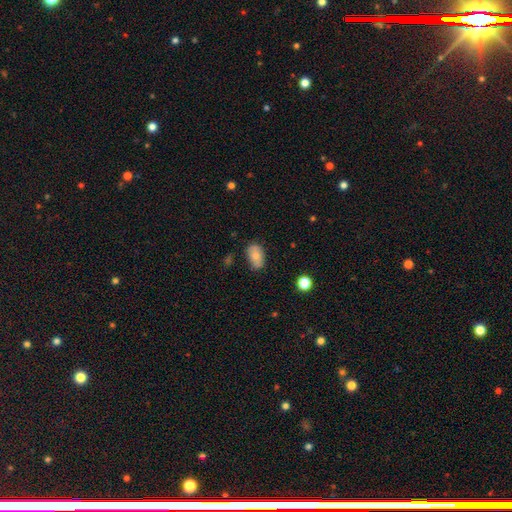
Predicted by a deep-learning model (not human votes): Smooth or featured: smooth — 77% (featured or disk — 16%)
How rounded: in between — 90% (round — 9%)
Merging: none — 71% (minor disturbance — 23%)